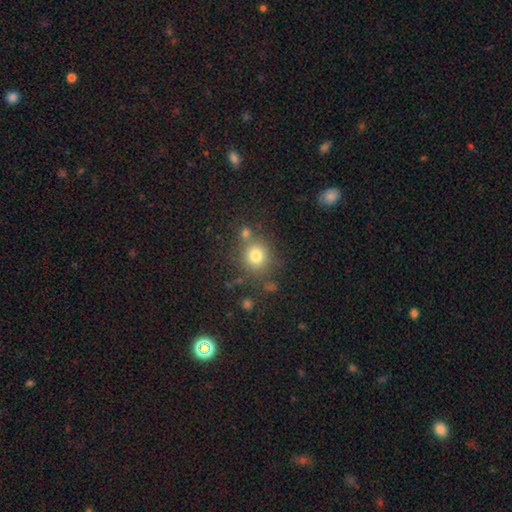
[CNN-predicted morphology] A smooth galaxy with no disk features (77%) that is round (88%).

Vote fractions:
- Smooth or featured? smooth: 77% / star or artifact: 14% / featured or disk: 9%
- How rounded? round: 88% / in between: 11% / cigar-shaped: 1%
- Merging? none: 71% / merger: 13% / minor disturbance: 11% / major disturbance: 5%